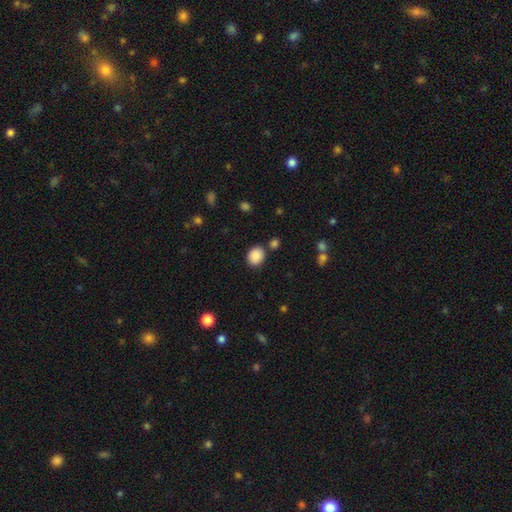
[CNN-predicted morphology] smooth_or_featured: smooth (p=0.88) [alt: star or artifact p=0.09]
how_rounded: round (p=0.63) [alt: in between p=0.36]
merging: none (p=0.81) [alt: minor disturbance p=0.10]